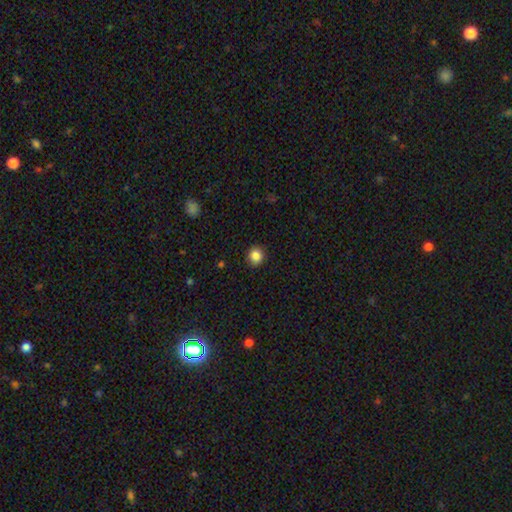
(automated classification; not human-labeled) Morphology: type=smooth (86%); roundness=round (87%); merging=none (91%).